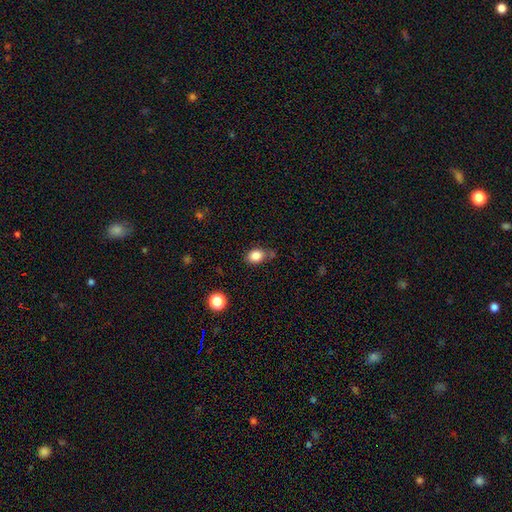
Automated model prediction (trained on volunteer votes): smooth 85%, star or artifact 10%, featured or disk 6%. Down the decision tree: how rounded — in between (60%); merging — none (66%).